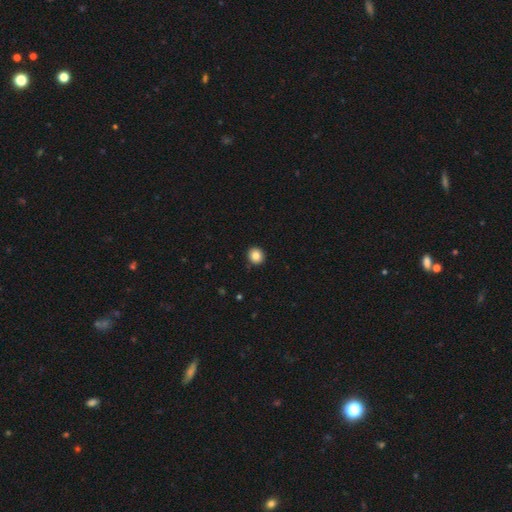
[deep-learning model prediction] smooth-or-featured: smooth: 85% | star or artifact: 10% | featured or disk: 5%
  how-rounded: round: 87% | in between: 12% | cigar-shaped: 1%
  merging: none: 92% | minor disturbance: 5% | major disturbance: 1% | merger: 1%